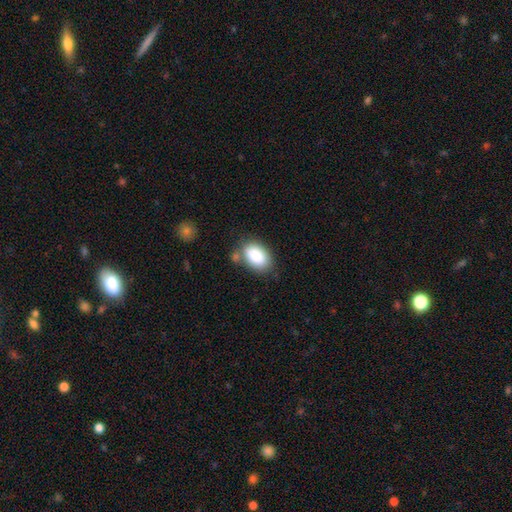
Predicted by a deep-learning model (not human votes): The model was most divided on "merging": none: 67%, minor disturbance: 18%, merger: 10%, major disturbance: 5%. More confident: how rounded — in between (91%); smooth or featured — smooth (87%).